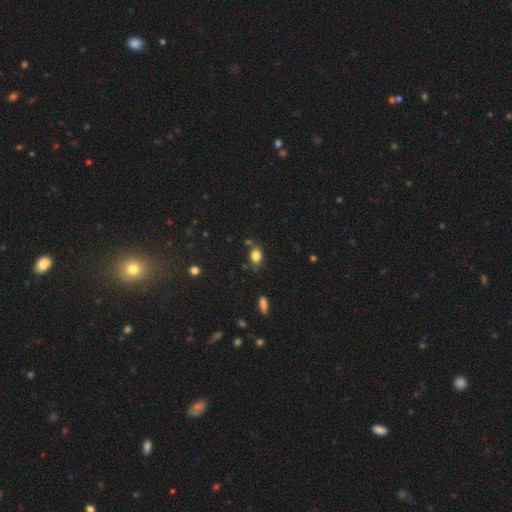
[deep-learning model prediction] A smooth galaxy with no disk features (82%) that is in between round and cigar-shaped (69%).

Vote fractions:
- Smooth or featured? smooth: 82% / star or artifact: 11% / featured or disk: 7%
- How rounded? in between: 69% / round: 29% / cigar-shaped: 2%
- Merging? none: 71% / minor disturbance: 19% / merger: 7% / major disturbance: 4%